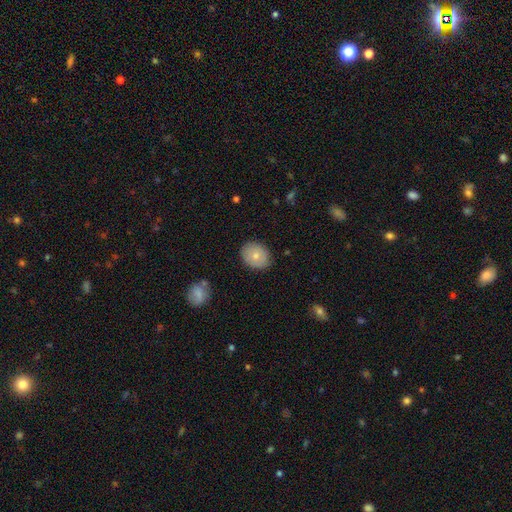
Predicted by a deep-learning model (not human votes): smooth 74%, featured or disk 19%, star or artifact 7%. Down the decision tree: how rounded — in between (50%); merging — none (85%).